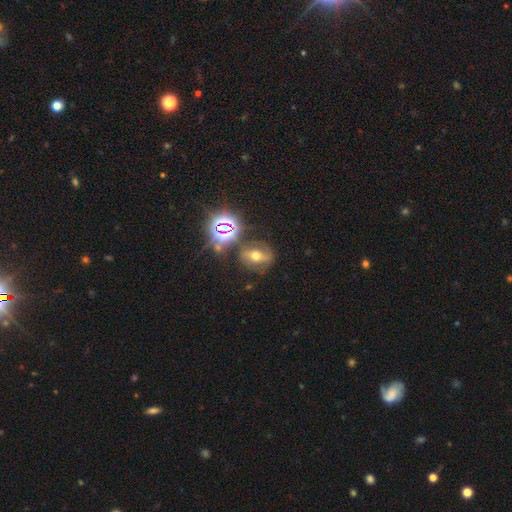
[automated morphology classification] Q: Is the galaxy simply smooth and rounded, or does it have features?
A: featured or disk — 37%.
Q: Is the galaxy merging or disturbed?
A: none — 72%.